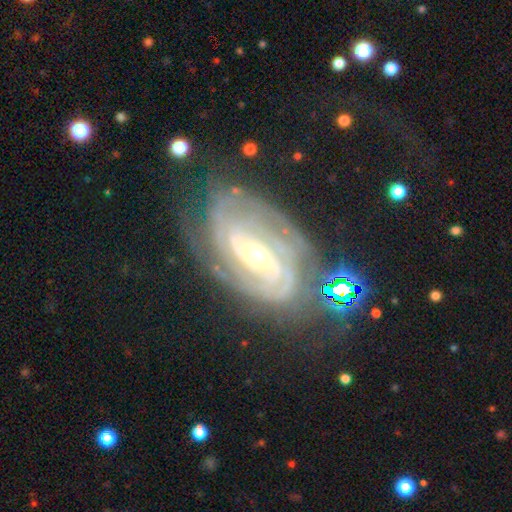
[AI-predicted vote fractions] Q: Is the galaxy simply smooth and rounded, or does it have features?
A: featured or disk — 88%.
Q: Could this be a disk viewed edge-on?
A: no — 96%.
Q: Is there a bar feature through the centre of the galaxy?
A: weak — 41%.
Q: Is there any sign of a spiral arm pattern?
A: yes — 97%.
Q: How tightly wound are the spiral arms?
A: tight — 65%.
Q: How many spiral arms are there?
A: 2 — 34%.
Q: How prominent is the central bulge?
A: moderate — 49%.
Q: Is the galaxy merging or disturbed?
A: none — 68%.